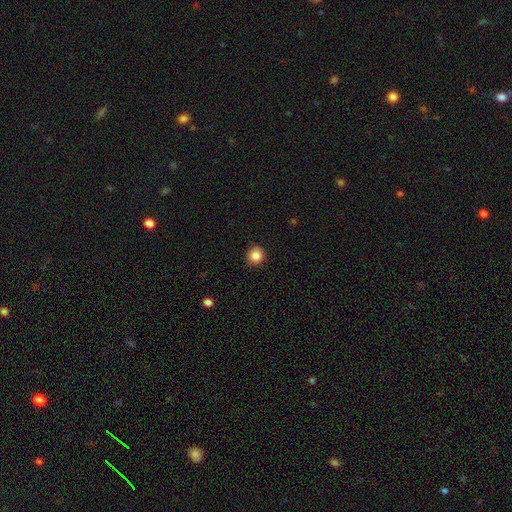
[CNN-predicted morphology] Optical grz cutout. It shows a smooth galaxy with no disk features (86%) that is round (91%). Merging: none (89%).